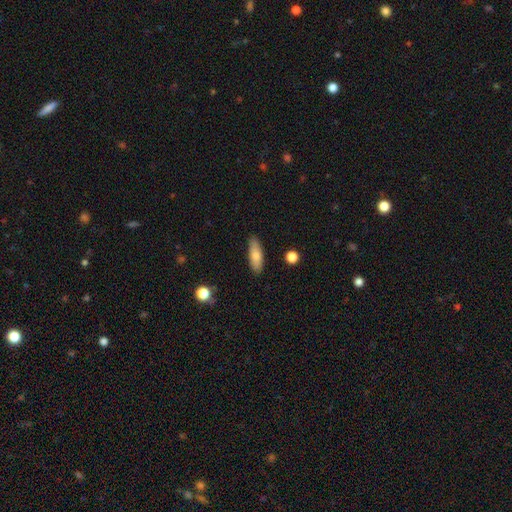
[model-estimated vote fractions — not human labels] This appears to be a smooth galaxy with no disk features (77%) that is in between round and cigar-shaped (55%). Merging: none (87%).